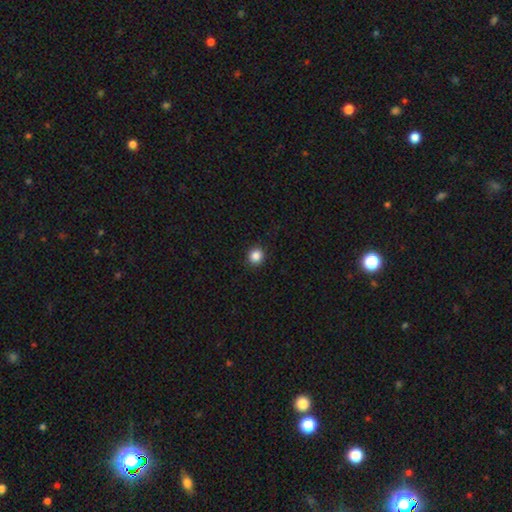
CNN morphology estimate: type=smooth (86%); roundness=round (90%); merging=none (92%).